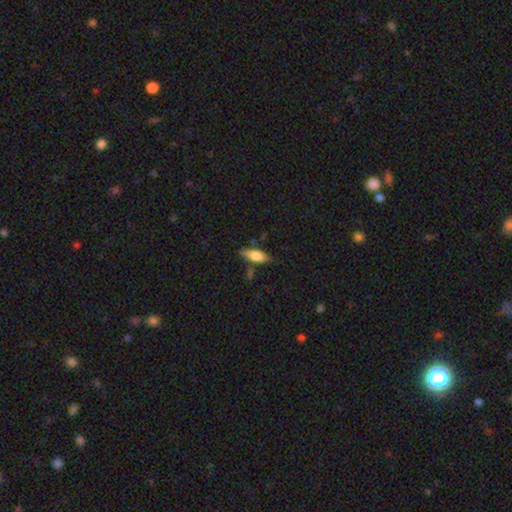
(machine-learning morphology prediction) Q: Smooth or featured?
A: smooth (70%); runner-up: featured or disk (23%)
Q: How rounded?
A: in between (58%); runner-up: cigar-shaped (40%)
Q: Merging?
A: none (74%); runner-up: minor disturbance (17%)